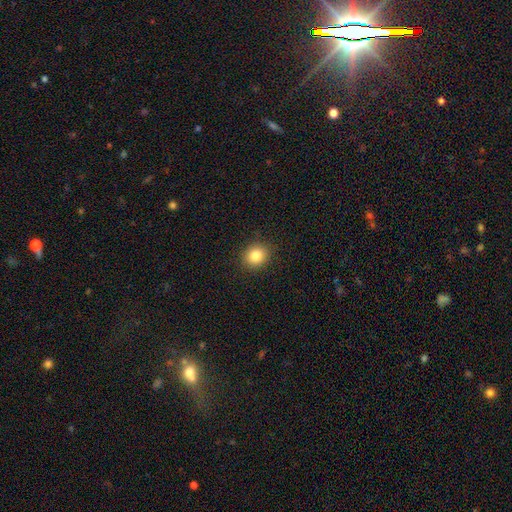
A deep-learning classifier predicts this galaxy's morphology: Smooth or featured?
  - smooth: 84% *
  - star or artifact: 10%
  - featured or disk: 6%
How rounded?
  - round: 73% *
  - in between: 26%
  - cigar-shaped: 1%
Merging?
  - none: 90% *
  - minor disturbance: 7%
  - major disturbance: 2%
  - merger: 1%